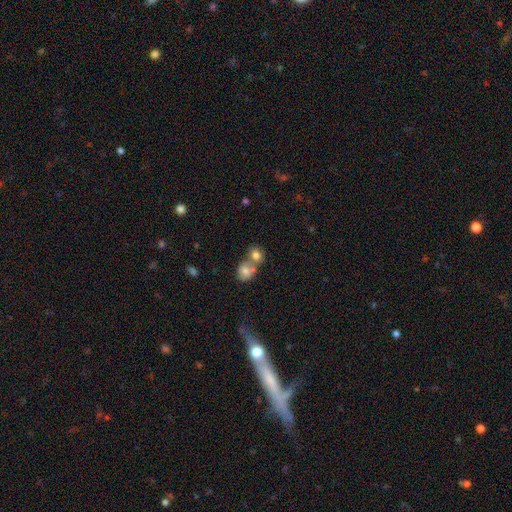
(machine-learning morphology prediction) This is likely a smooth galaxy (77%). How rounded: likely round (63%). Merging: possibly merger (56%).